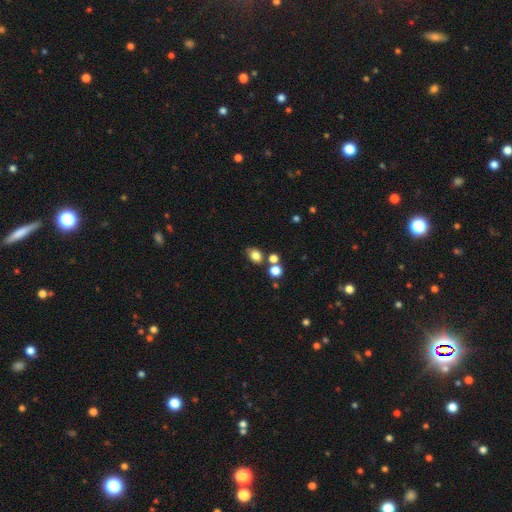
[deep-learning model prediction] Q: Smooth or featured?
A: smooth (80%); runner-up: star or artifact (13%)
Q: How rounded?
A: in between (65%); runner-up: round (34%)
Q: Merging?
A: none (66%); runner-up: merger (17%)